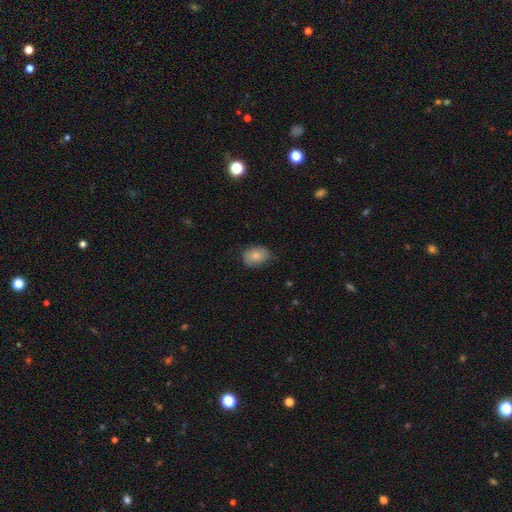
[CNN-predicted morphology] type=smooth (77%); roundness=in between (66%); merging=none (66%).